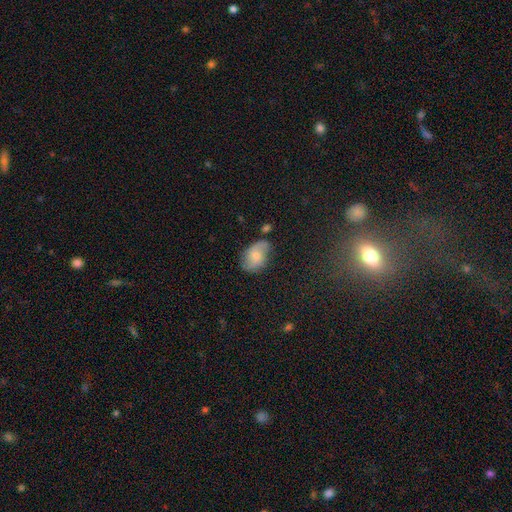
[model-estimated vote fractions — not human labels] A smooth galaxy with no disk features (50%). Merging: none (63%).